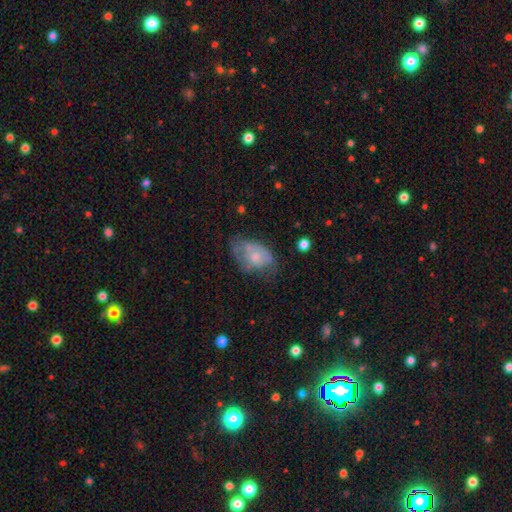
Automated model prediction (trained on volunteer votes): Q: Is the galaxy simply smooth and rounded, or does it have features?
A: smooth — 51%.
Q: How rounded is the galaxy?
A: in between — 87%.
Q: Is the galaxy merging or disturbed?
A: none — 37%.